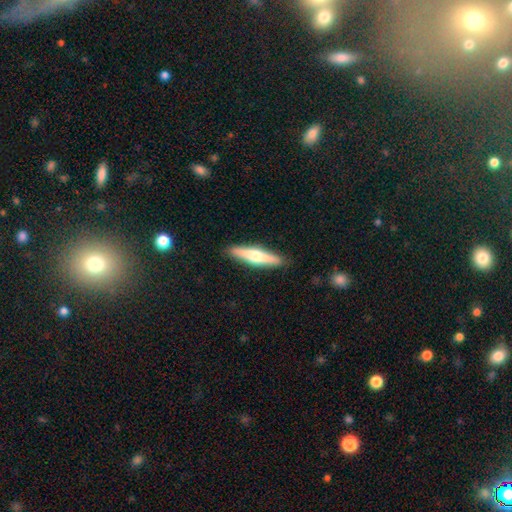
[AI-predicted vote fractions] Smooth or featured: smooth — 48% (featured or disk — 47%)
Merging: none — 90% (minor disturbance — 8%)